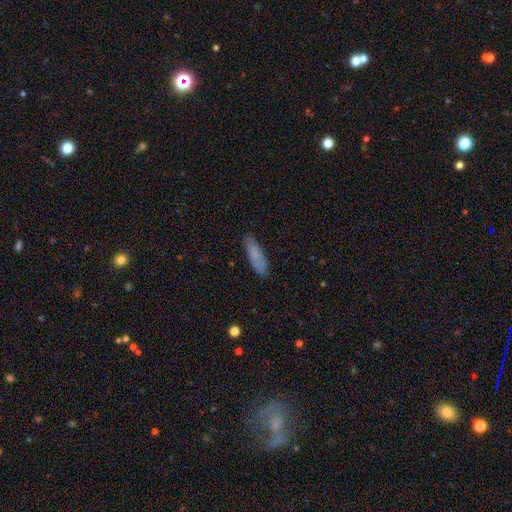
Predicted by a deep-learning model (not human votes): This appears to be a smooth galaxy with no disk features (81%) that is cigar-shaped (62%). Merging: none (83%).